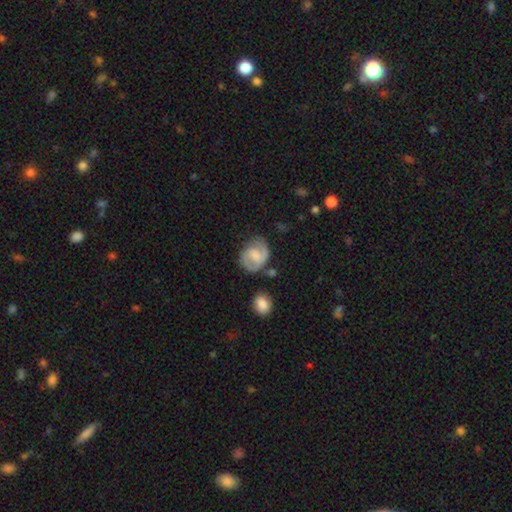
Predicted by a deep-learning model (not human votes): featured or disk 72%, smooth 22%, star or artifact 6%. Down the decision tree: edge-on disk — no (98%); bar — weak (51%); spiral arms — yes (92%); spiral arm count — 2 (84%); spiral winding — medium (50%); bulge size — none (31%); merging — none (67%).